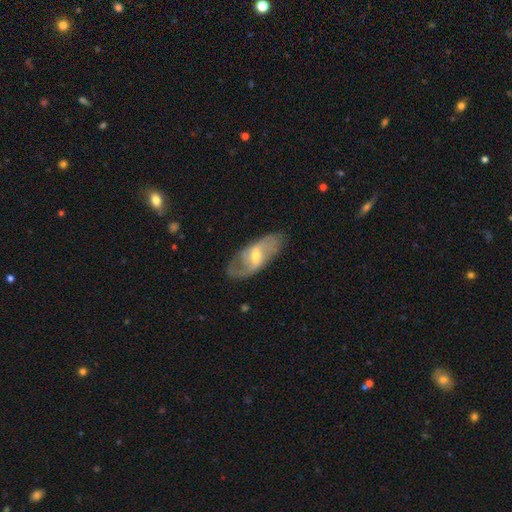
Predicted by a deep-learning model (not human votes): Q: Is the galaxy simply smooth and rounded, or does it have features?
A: featured or disk — 73%.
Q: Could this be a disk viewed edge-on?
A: no — 89%.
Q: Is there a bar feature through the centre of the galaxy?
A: weak — 52%.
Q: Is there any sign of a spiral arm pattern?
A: yes — 84%.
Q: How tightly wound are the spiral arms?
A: loose — 41%.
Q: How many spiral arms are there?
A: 2 — 69%.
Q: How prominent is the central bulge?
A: moderate — 49%.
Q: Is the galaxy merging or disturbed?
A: none — 72%.